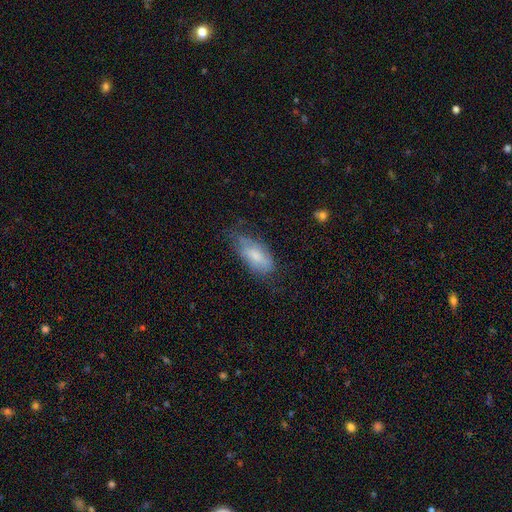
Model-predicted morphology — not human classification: A smooth galaxy with no disk features (64%) that is in between round and cigar-shaped (85%). Merging: none (50%).